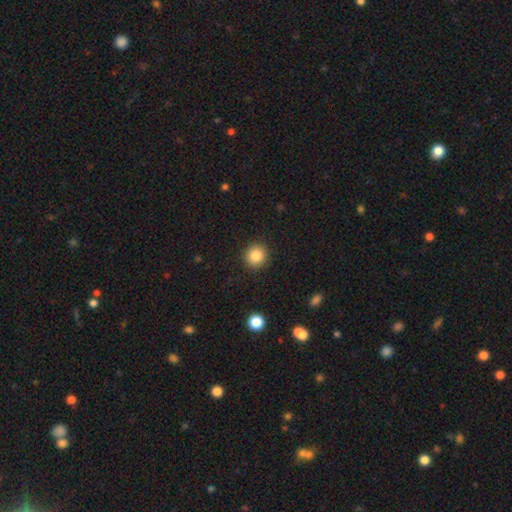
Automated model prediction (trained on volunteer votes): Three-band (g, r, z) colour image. It shows a smooth galaxy with no disk features (85%) that is round (90%). Merging: none (91%).